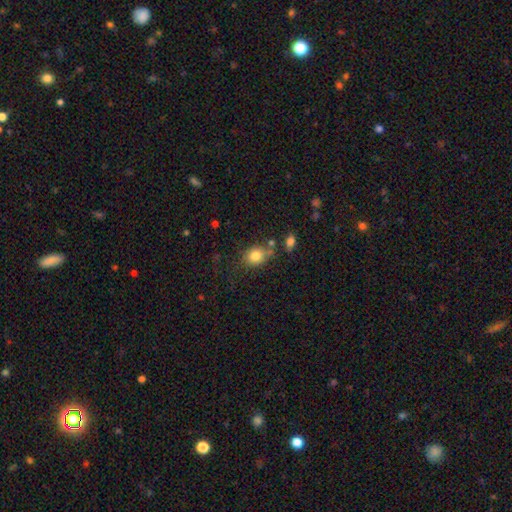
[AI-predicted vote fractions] The model was most divided on "how rounded": round: 52%, in between: 47%, cigar-shaped: 1%. More confident: smooth or featured — smooth (81%); merging — none (65%).